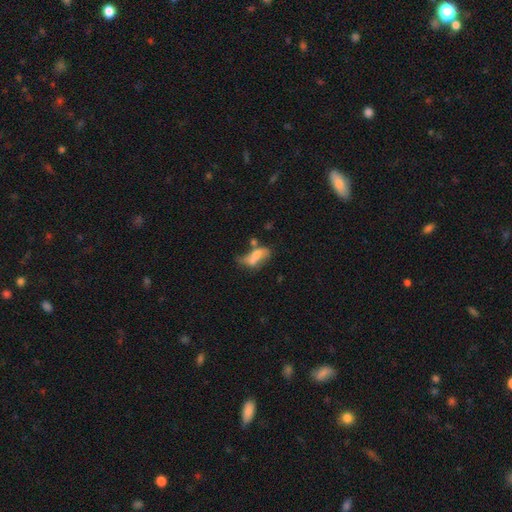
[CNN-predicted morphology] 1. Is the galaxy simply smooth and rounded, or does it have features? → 48% smooth, 41% featured or disk, 11% star or artifact.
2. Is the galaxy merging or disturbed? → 27% none, 26% merger, 25% major disturbance, 22% minor disturbance.